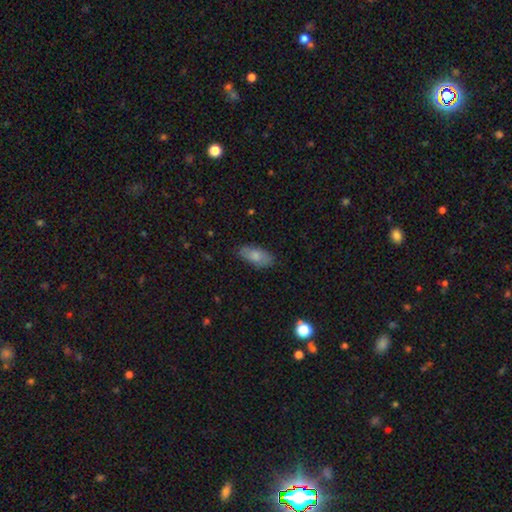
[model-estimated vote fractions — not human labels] Smooth or featured? Predicted: smooth (p=0.82). How rounded? Predicted: in between (p=0.86). Merging? Predicted: none (p=0.83).